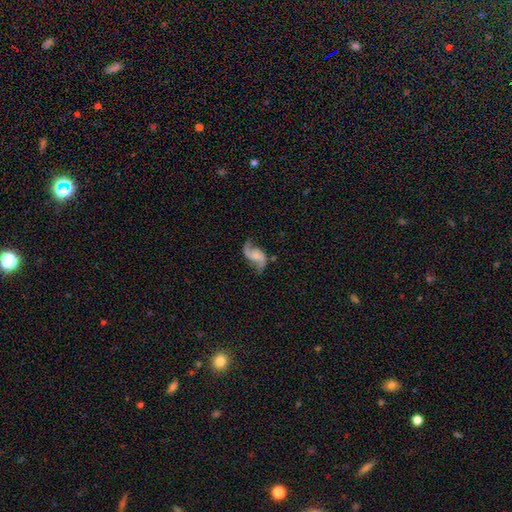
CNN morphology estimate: Smooth or featured: featured or disk — 85% (smooth — 10%)
Edge-on disk: no — 98% (yes — 2%)
Bar: no — 55% (weak — 36%)
Spiral arms: yes — 96% (no — 4%)
Spiral winding: loose — 70% (medium — 24%)
Spiral arm count: 2 — 90% (1 — 5%)
Bulge size: small — 40% (none — 28%)
Merging: none — 67% (minor disturbance — 18%)